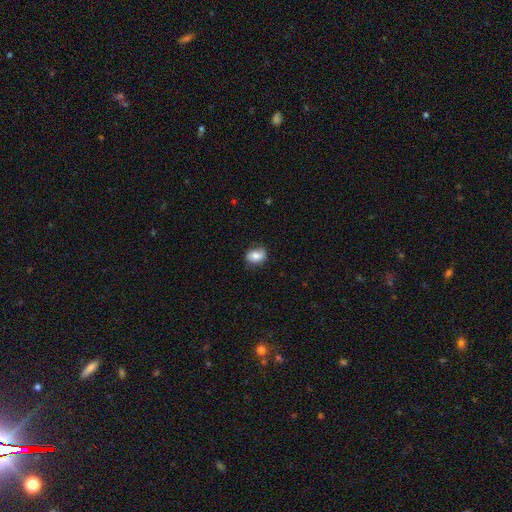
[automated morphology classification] Overall: smooth (76%). How rounded: in between (67%; round 31%). Merging: none (76%).